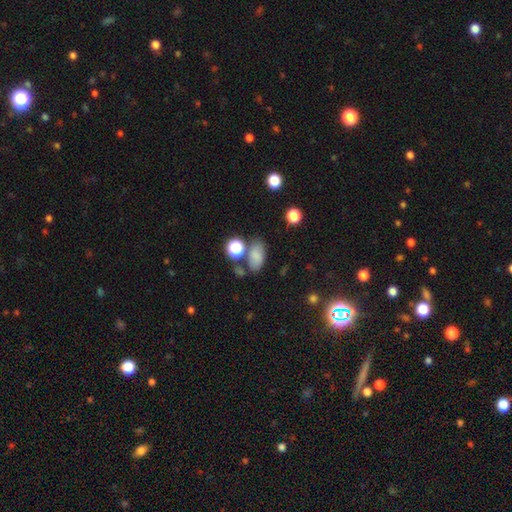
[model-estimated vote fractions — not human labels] smooth_or_featured: smooth (p=0.77) [alt: star or artifact p=0.14]
how_rounded: in between (p=0.87) [alt: round p=0.11]
merging: none (p=0.64) [alt: minor disturbance p=0.17]